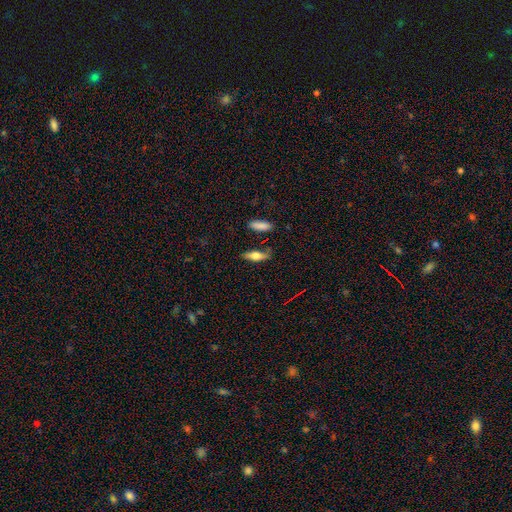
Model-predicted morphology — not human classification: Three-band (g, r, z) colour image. It shows a smooth galaxy with no disk features (64%) that is in between round and cigar-shaped (53%). Merging: none (76%).